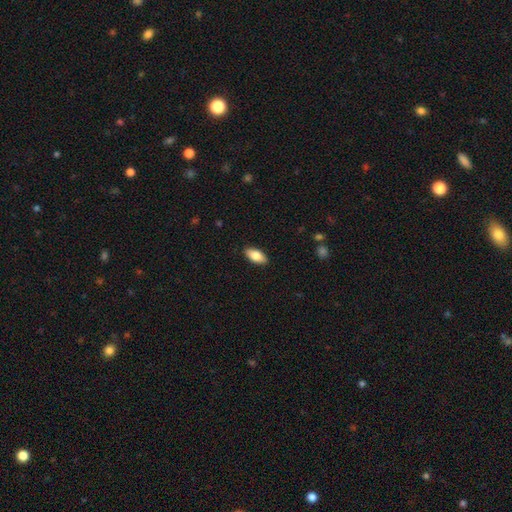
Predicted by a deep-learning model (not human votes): This is clearly a smooth galaxy (81%). How rounded: clearly in between (90%). Merging: clearly none (89%).